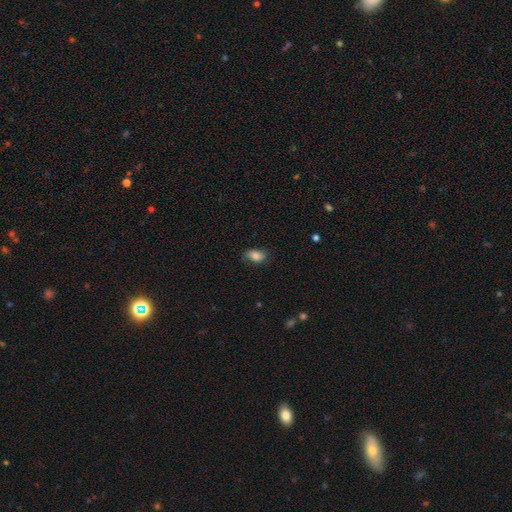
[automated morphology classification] Smooth or featured? Predicted: smooth (p=0.82). How rounded? Predicted: in between (p=0.89). Merging? Predicted: none (p=0.75).